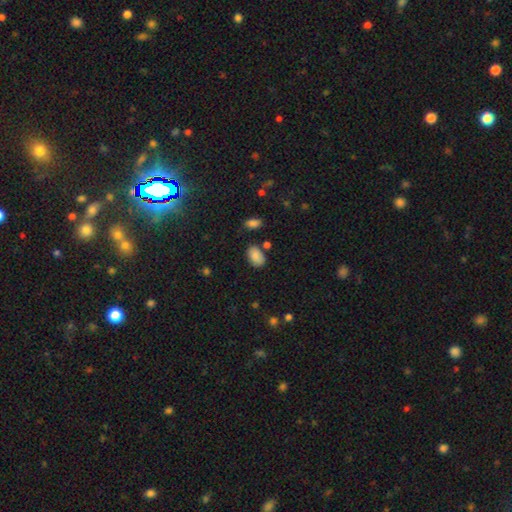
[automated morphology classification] smooth-or-featured: smooth: 86% | star or artifact: 8% | featured or disk: 6%
  how-rounded: in between: 90% | round: 9% | cigar-shaped: 1%
  merging: none: 76% | minor disturbance: 15% | merger: 6% | major disturbance: 4%